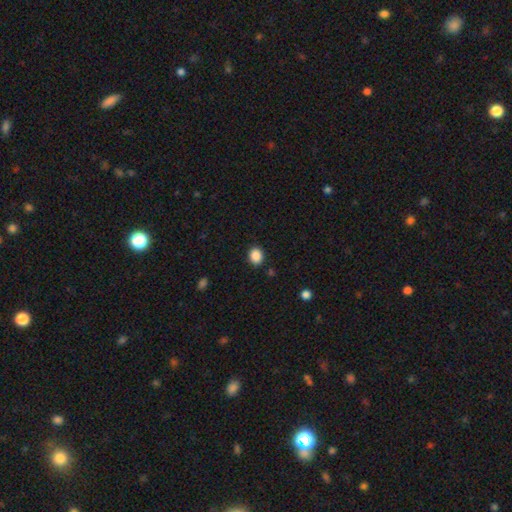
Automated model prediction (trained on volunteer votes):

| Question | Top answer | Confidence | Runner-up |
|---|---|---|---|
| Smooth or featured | smooth | 88% | star or artifact (9%) |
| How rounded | round | 56% | in between (43%) |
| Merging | none | 87% | minor disturbance (9%) |